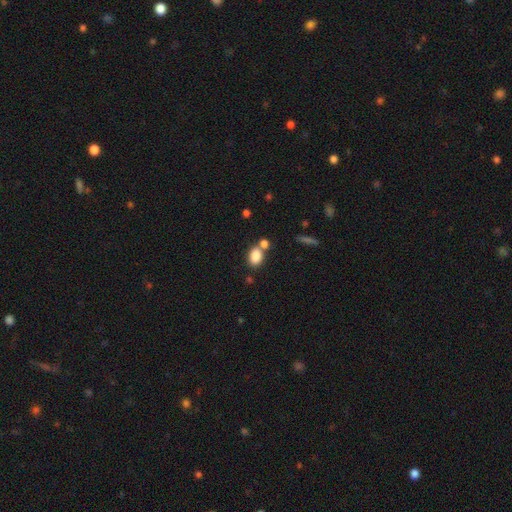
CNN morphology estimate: Smooth or featured? Predicted: smooth (p=0.84). How rounded? Predicted: in between (p=0.80). Merging? Predicted: none (p=0.56).